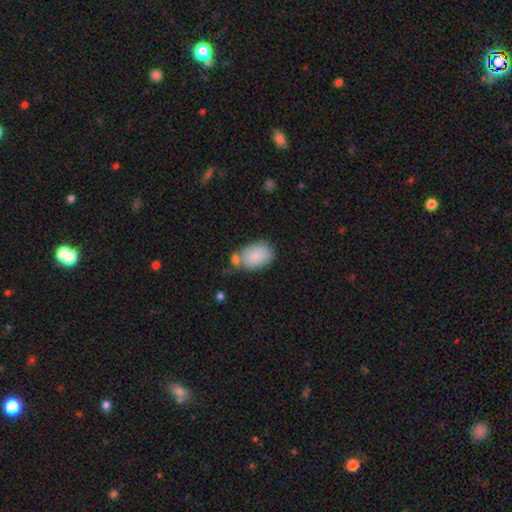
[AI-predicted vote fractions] Overall: smooth (86%). How rounded: in between (85%). Merging: none (52%; merger 22%).